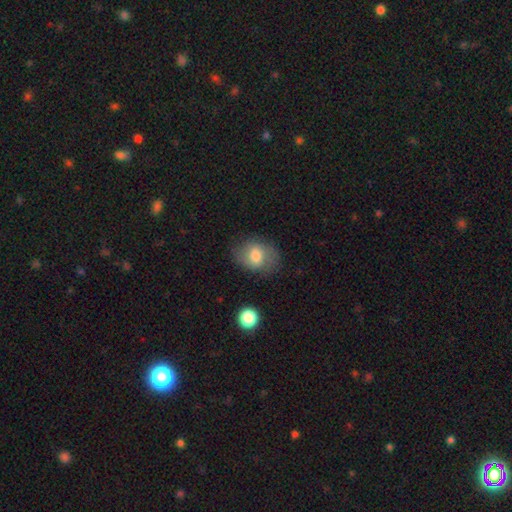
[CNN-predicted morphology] Smooth or featured? Predicted: smooth (p=0.67). How rounded? Predicted: in between (p=0.58). Merging? Predicted: none (p=0.69).